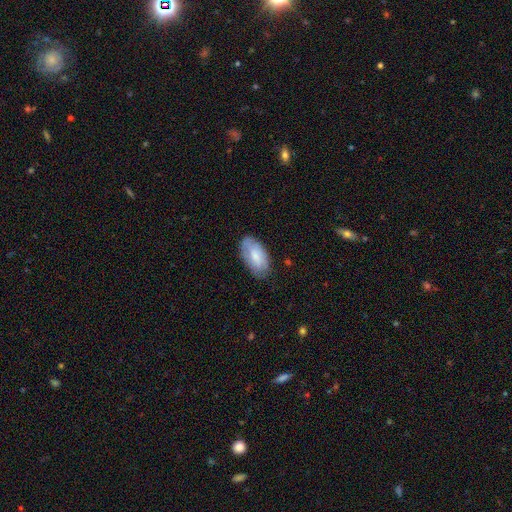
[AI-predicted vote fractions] A smooth galaxy with no disk features (70%) that is in between round and cigar-shaped (94%). Merging: none (73%).